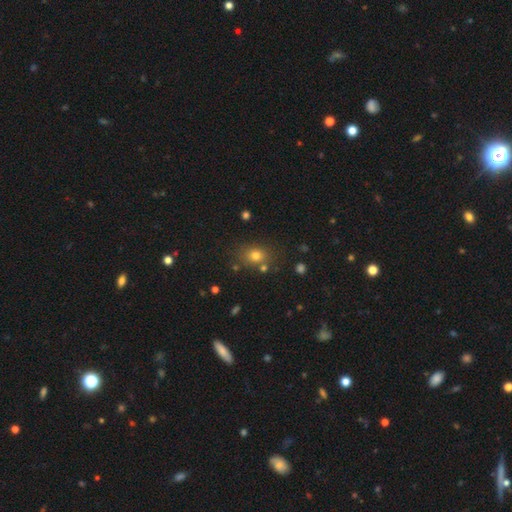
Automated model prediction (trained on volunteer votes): Q: Smooth or featured?
A: smooth (74%); runner-up: star or artifact (16%)
Q: How rounded?
A: round (52%); runner-up: in between (47%)
Q: Merging?
A: none (75%); runner-up: minor disturbance (12%)